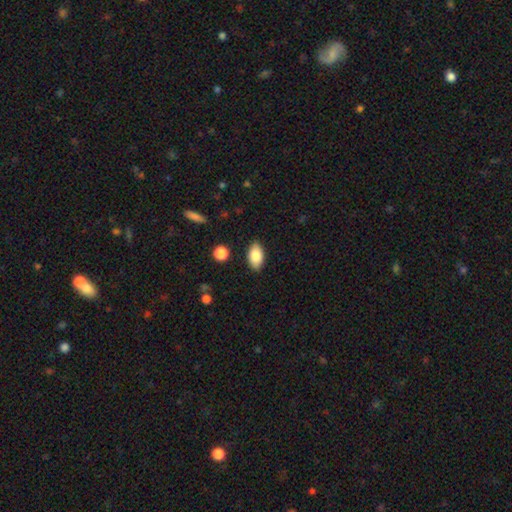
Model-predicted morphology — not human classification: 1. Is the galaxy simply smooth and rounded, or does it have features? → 83% smooth, 10% featured or disk, 7% star or artifact.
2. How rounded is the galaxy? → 93% in between, 5% round, 3% cigar-shaped.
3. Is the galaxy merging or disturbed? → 87% none, 10% minor disturbance, 2% major disturbance, 1% merger.